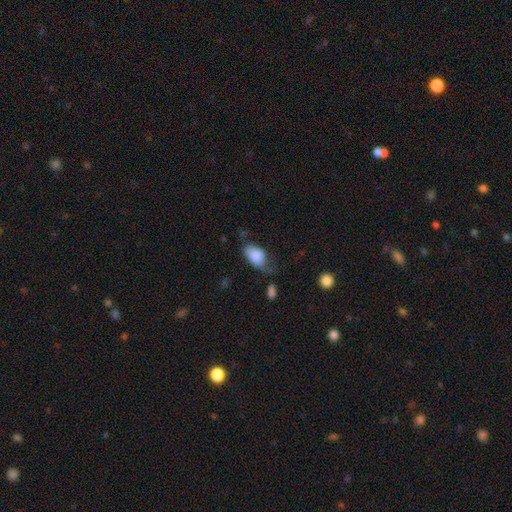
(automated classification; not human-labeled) The model was most divided on "merging": minor disturbance: 37%, none: 31%, major disturbance: 26%, merger: 6%. More confident: how rounded — in between (91%); smooth or featured — smooth (82%).